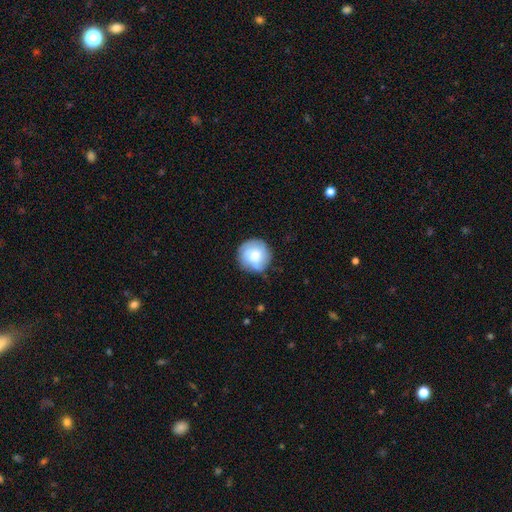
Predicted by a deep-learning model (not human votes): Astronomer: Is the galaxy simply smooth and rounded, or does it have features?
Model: smooth — 66%.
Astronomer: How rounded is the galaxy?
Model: round — 93%.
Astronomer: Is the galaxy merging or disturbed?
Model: none — 77%.